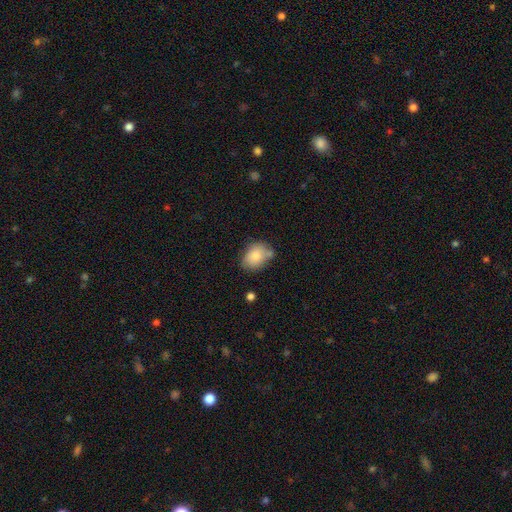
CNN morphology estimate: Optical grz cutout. It shows a smooth galaxy with no disk features (80%) that is in between round and cigar-shaped (68%). Merging: none (59%).